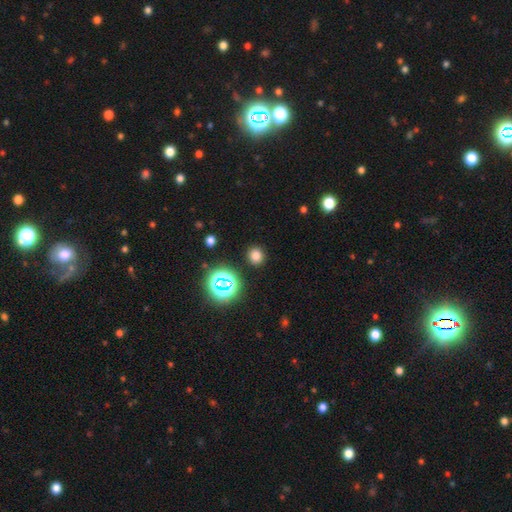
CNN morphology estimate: A smooth galaxy with no disk features (74%) that is round (83%).

Vote fractions:
- Smooth or featured? smooth: 74% / star or artifact: 20% / featured or disk: 6%
- How rounded? round: 83% / in between: 16% / cigar-shaped: 1%
- Merging? none: 90% / minor disturbance: 6% / major disturbance: 3% / merger: 2%